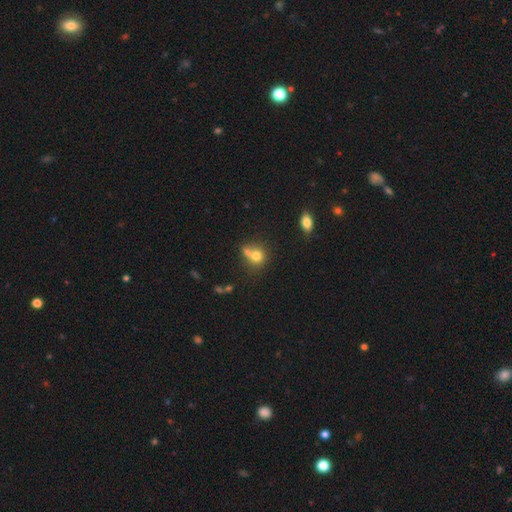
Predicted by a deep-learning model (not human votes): Overall: smooth (74%). How rounded: round (75%). Merging: merger (46%; none 38%).